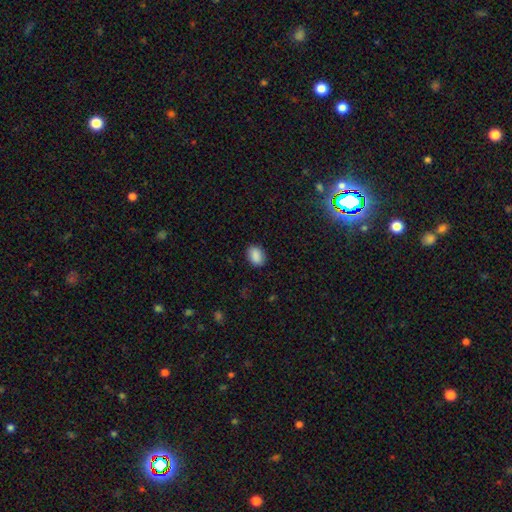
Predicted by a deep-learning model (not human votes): This appears to be a smooth galaxy with no disk features (88%) that is in between round and cigar-shaped (78%). Merging: none (86%).